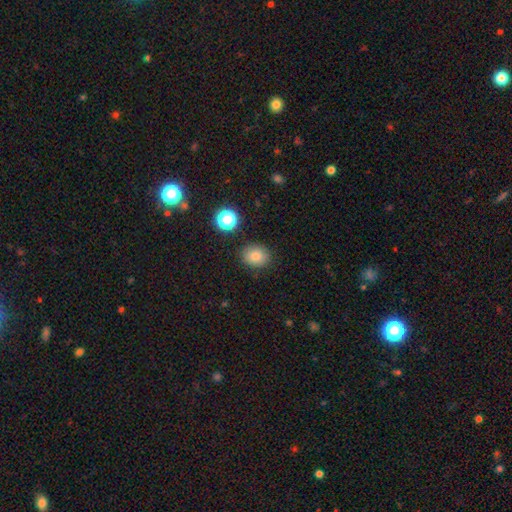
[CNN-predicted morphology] type=smooth (80%); roundness=round (60%); merging=none (86%).